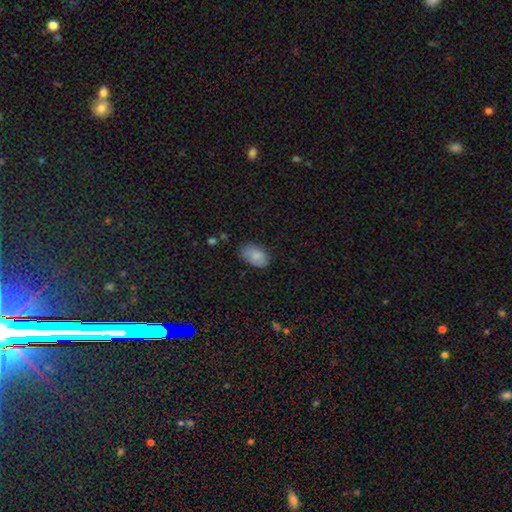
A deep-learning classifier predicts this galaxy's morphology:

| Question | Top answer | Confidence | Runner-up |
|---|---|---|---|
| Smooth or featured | smooth | 85% | featured or disk (8%) |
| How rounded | in between | 92% | round (7%) |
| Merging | none | 70% | minor disturbance (24%) |